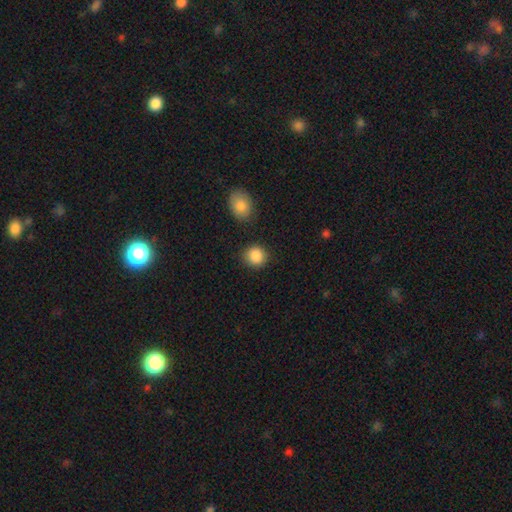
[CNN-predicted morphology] type=smooth (88%); roundness=round (86%); merging=none (85%).